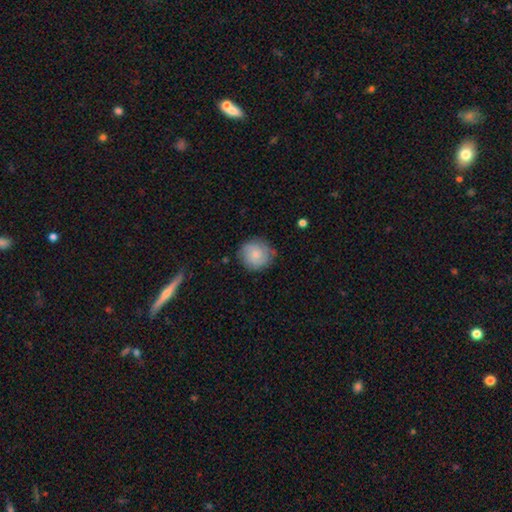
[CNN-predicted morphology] This is likely a smooth galaxy (68%). How rounded: clearly round (91%). Merging: likely none (79%).